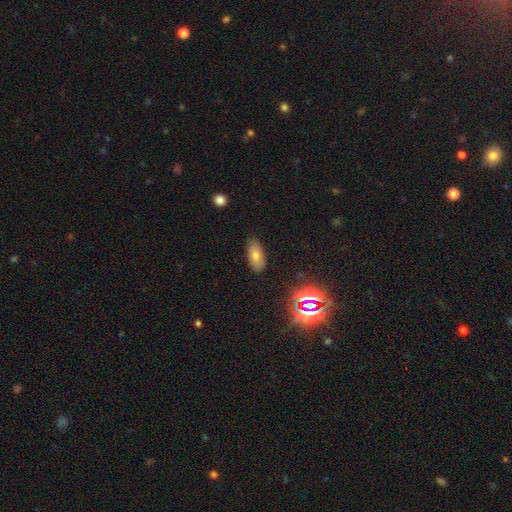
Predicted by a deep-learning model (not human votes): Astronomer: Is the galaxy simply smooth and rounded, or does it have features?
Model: smooth — 75%.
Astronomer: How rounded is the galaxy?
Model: in between — 87%.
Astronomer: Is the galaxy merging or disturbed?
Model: none — 83%.